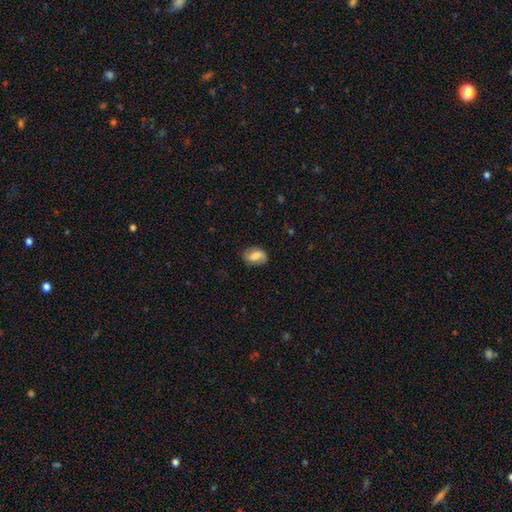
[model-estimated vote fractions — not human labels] smooth 51%, featured or disk 40%, star or artifact 9%. Down the decision tree: how rounded — in between (78%); merging — none (77%).